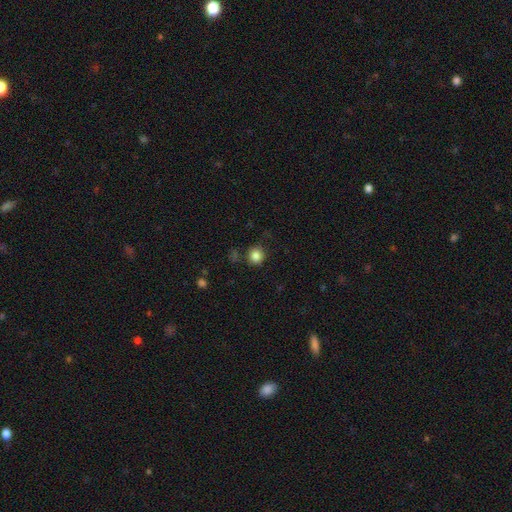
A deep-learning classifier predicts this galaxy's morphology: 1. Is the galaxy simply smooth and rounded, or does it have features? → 84% smooth, 11% star or artifact, 5% featured or disk.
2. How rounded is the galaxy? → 90% round, 10% in between, 1% cigar-shaped.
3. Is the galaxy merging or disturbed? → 82% none, 11% minor disturbance, 3% major disturbance, 3% merger.